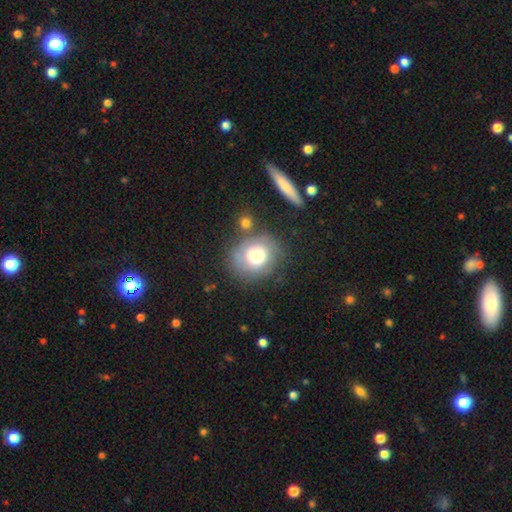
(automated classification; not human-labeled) A smooth galaxy with no disk features (67%) that is round (78%).

Vote fractions:
- Smooth or featured? smooth: 67% / featured or disk: 23% / star or artifact: 9%
- How rounded? round: 78% / in between: 21% / cigar-shaped: 1%
- Merging? none: 66% / minor disturbance: 17% / merger: 9% / major disturbance: 8%